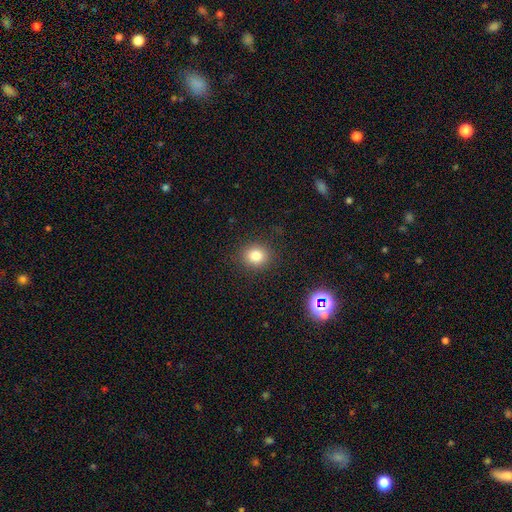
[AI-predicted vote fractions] smooth 80%, star or artifact 13%, featured or disk 7%. Down the decision tree: how rounded — round (80%); merging — none (88%).